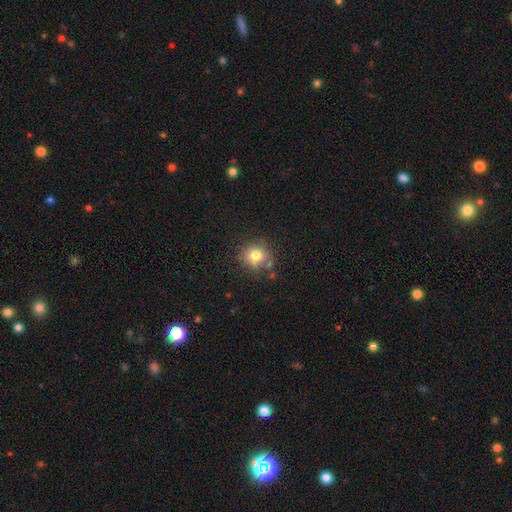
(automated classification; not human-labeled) smooth-or-featured: smooth: 78% | star or artifact: 12% | featured or disk: 10%
  how-rounded: round: 82% | in between: 17% | cigar-shaped: 1%
  merging: none: 72% | minor disturbance: 15% | merger: 9% | major disturbance: 4%